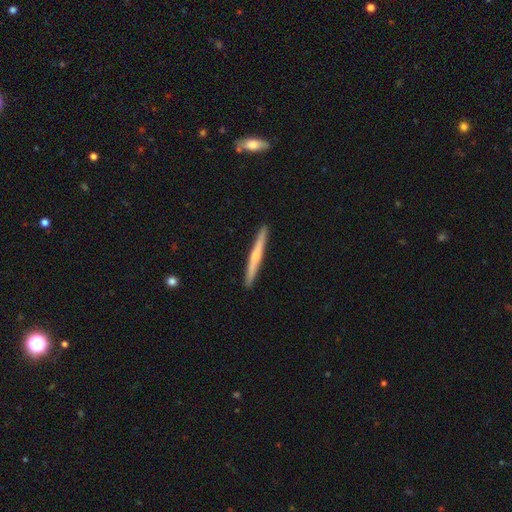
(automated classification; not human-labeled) The model was most divided on "smooth or featured": smooth: 49%, featured or disk: 46%, star or artifact: 5%. More confident: merging — none (93%).